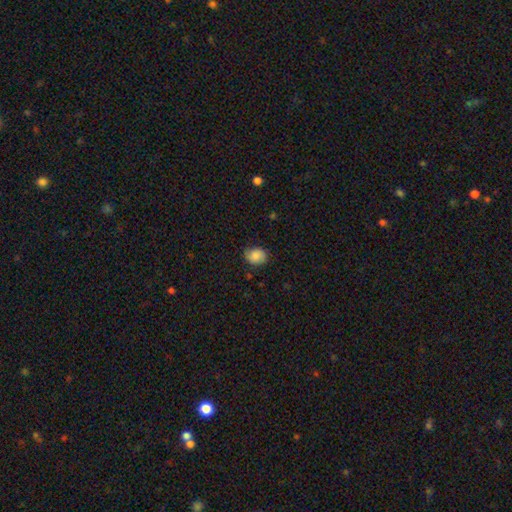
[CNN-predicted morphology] Overall: smooth (84%). How rounded: round (51%; in between 48%). Merging: none (76%).